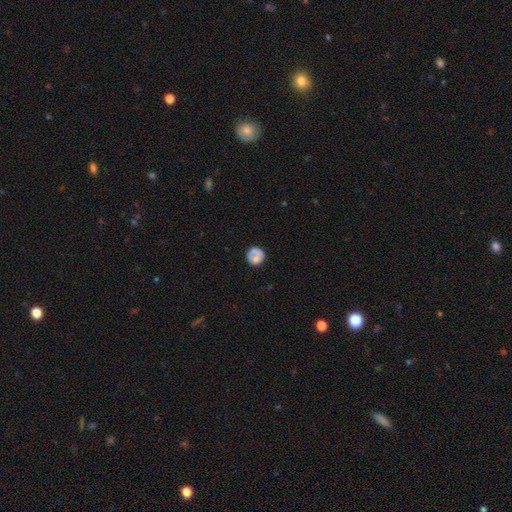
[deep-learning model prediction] A smooth galaxy with no disk features (60%) that is round (86%). Merging: none (56%).